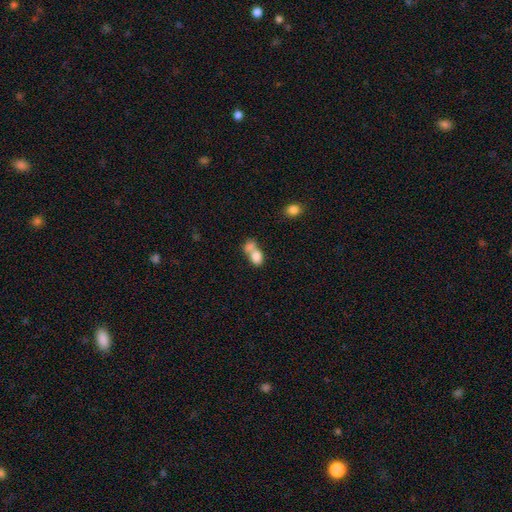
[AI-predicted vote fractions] The model was most divided on "merging": merger: 68%, none: 21%, minor disturbance: 7%, major disturbance: 4%. More confident: smooth or featured — smooth (80%); how rounded — in between (74%).